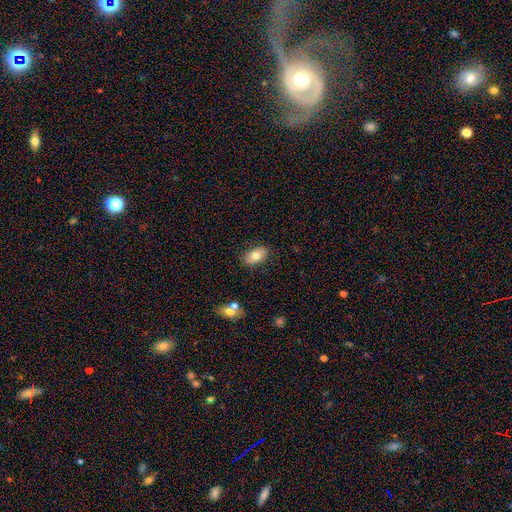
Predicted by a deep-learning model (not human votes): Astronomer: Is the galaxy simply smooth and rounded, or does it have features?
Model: smooth — 74%.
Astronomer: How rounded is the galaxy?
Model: in between — 91%.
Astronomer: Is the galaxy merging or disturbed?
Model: none — 84%.